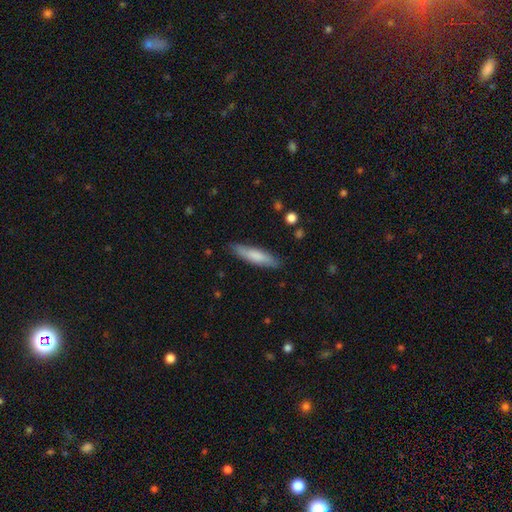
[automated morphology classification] The model was most divided on "smooth or featured": smooth: 75%, featured or disk: 20%, star or artifact: 5%. More confident: merging — none (83%); how rounded — cigar-shaped (78%).